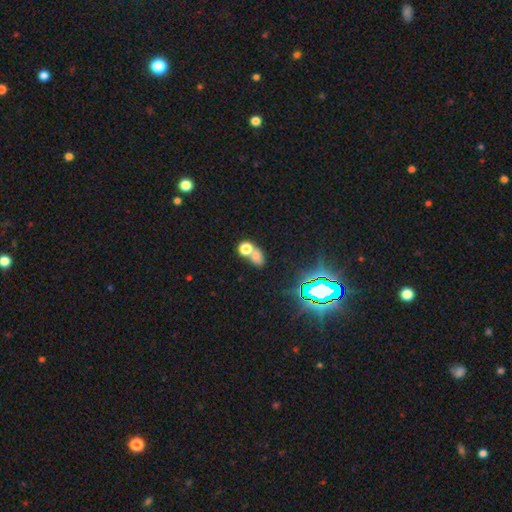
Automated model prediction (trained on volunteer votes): Smooth or featured? Predicted: smooth (p=0.65). How rounded? Predicted: in between (p=0.57). Merging? Predicted: merger (p=0.51).